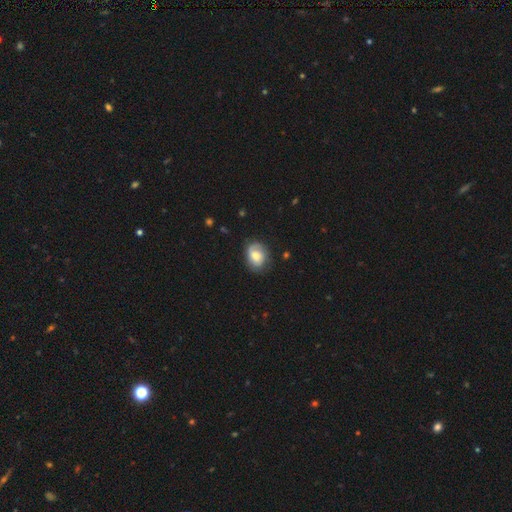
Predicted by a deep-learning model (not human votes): The model was most divided on "how rounded": in between: 59%, round: 40%, cigar-shaped: 1%. More confident: merging — none (68%); smooth or featured — smooth (56%).